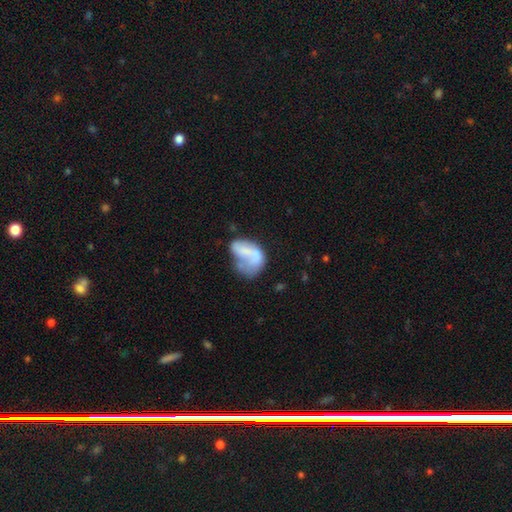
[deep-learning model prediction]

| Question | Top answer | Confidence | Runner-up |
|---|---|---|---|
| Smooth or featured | smooth | 53% | featured or disk (39%) |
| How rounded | in between | 79% | round (19%) |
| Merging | major disturbance | 35% | none (25%) |